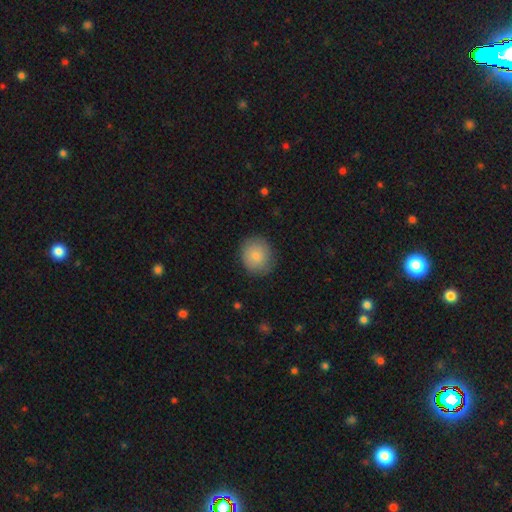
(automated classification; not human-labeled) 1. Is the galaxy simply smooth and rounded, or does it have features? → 83% smooth, 9% featured or disk, 8% star or artifact.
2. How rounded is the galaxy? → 81% round, 19% in between, 1% cigar-shaped.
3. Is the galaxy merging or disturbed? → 83% none, 12% minor disturbance, 3% major disturbance, 1% merger.